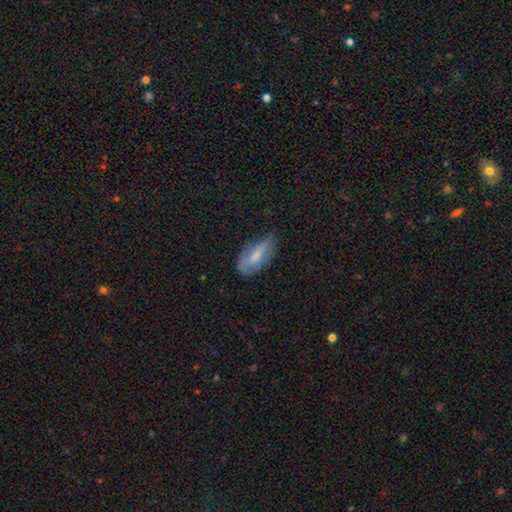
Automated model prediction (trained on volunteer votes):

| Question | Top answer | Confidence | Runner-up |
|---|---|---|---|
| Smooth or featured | smooth | 59% | featured or disk (33%) |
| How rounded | in between | 82% | cigar-shaped (15%) |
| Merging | none | 55% | minor disturbance (33%) |